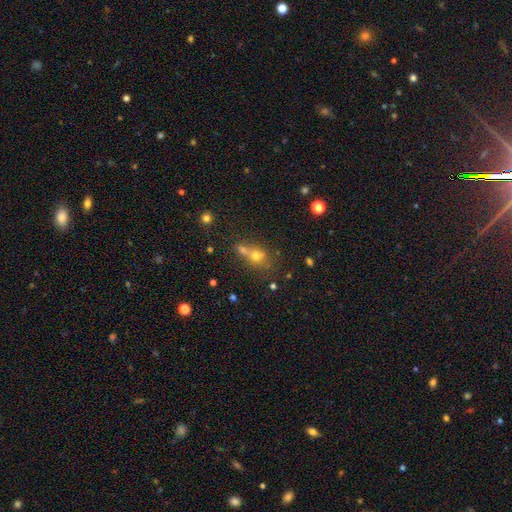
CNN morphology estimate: Overall: smooth (63%). How rounded: round (66%; in between 32%). Merging: merger (54%; none 33%).